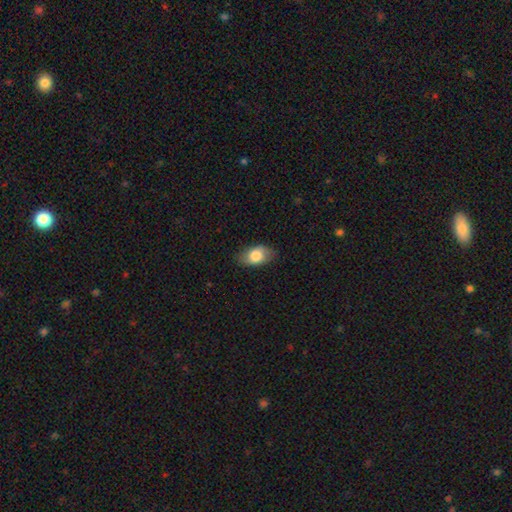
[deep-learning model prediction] Smooth or featured? Predicted: smooth (p=0.78). How rounded? Predicted: in between (p=0.89). Merging? Predicted: none (p=0.80).